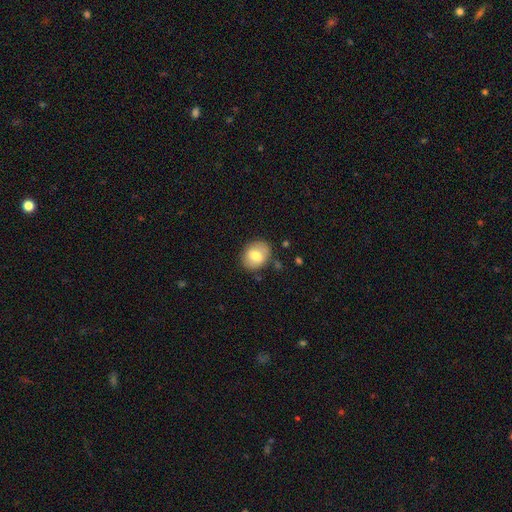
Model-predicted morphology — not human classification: Q: Smooth or featured?
A: smooth (74%); runner-up: featured or disk (19%)
Q: How rounded?
A: in between (55%); runner-up: round (44%)
Q: Merging?
A: none (79%); runner-up: minor disturbance (14%)